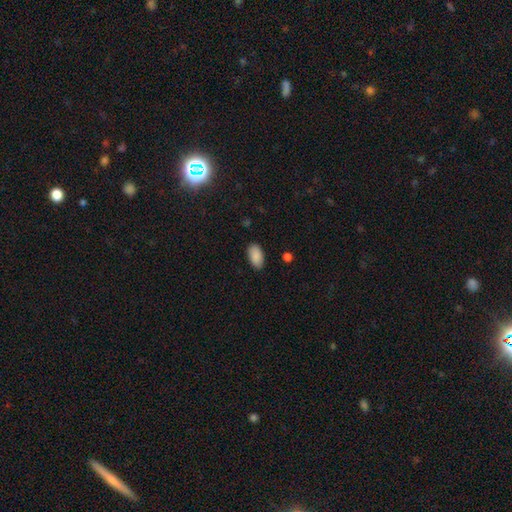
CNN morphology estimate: type=smooth (89%); roundness=in between (95%); merging=none (87%).